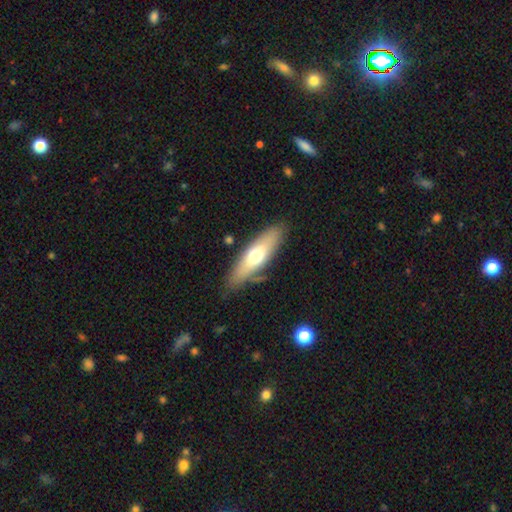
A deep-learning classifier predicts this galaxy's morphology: The model was most divided on "how rounded" (2-way tie): in between: 49%, cigar-shaped: 49%, round: 2%. More confident: merging — none (79%); smooth or featured — smooth (56%).